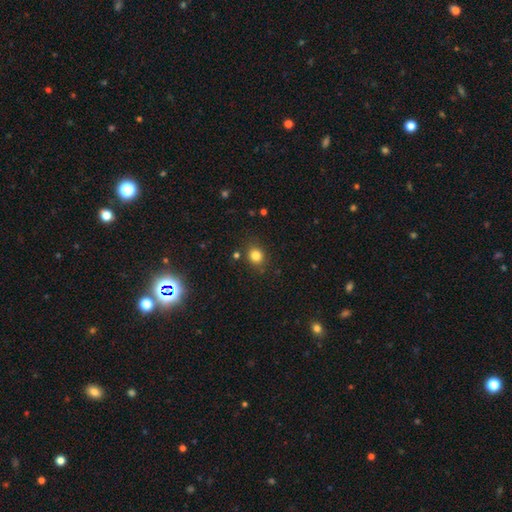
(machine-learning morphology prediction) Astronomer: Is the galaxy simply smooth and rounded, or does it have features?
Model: smooth — 82%.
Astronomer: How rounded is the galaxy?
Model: round — 74%.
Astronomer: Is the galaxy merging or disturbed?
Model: none — 83%.